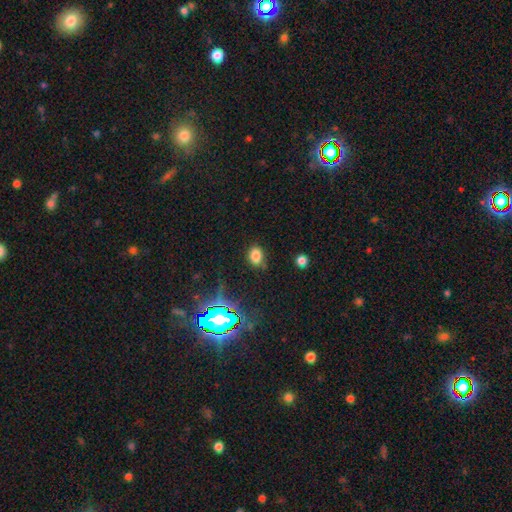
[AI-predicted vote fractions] A smooth galaxy with no disk features (76%) that is in between round and cigar-shaped (72%). Merging: none (69%).